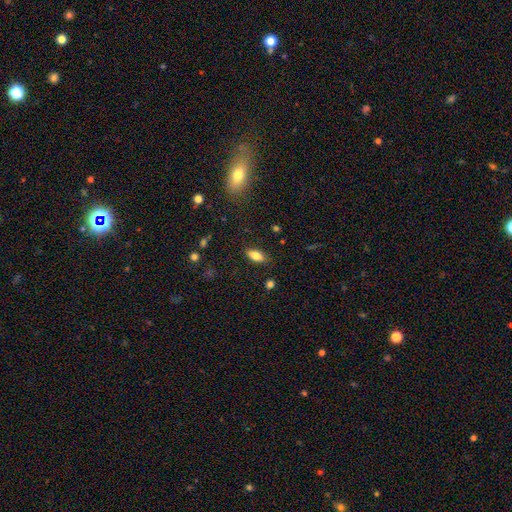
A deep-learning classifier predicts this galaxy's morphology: Smooth or featured: smooth — 78% (featured or disk — 13%)
How rounded: in between — 85% (cigar-shaped — 11%)
Merging: none — 84% (minor disturbance — 11%)